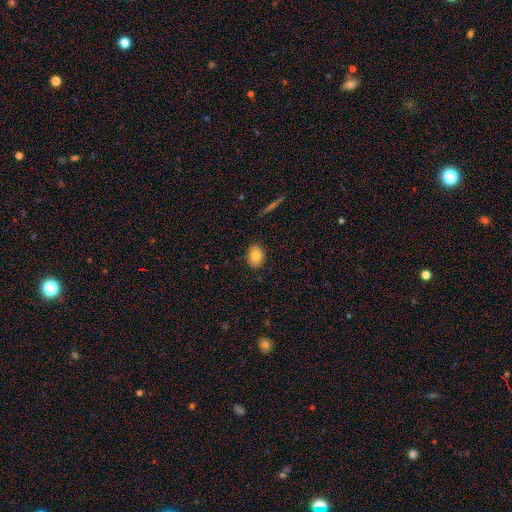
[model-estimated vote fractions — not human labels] Smooth or featured? Predicted: smooth (p=0.83). How rounded? Predicted: in between (p=0.75). Merging? Predicted: none (p=0.86).